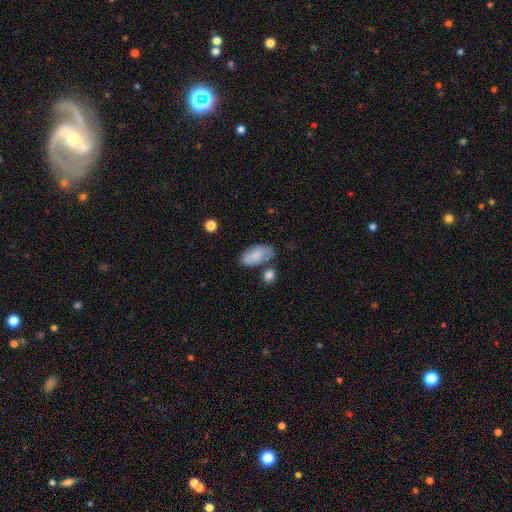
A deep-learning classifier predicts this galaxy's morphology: Overall: smooth (77%). How rounded: in between (94%). Merging: none (54%; minor disturbance 24%).